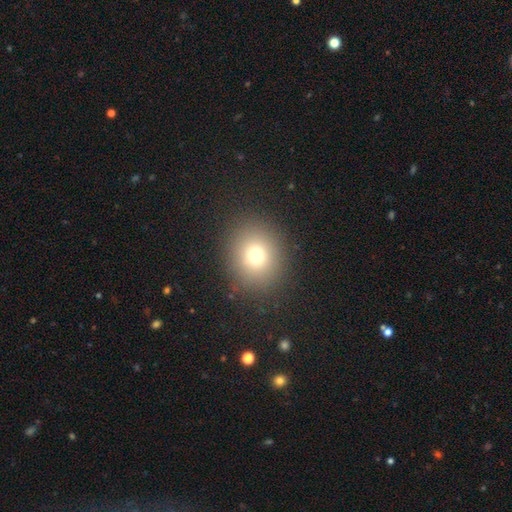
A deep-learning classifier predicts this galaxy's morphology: Q: Smooth or featured?
A: smooth (75%); runner-up: star or artifact (15%)
Q: How rounded?
A: round (72%); runner-up: in between (27%)
Q: Merging?
A: none (88%); runner-up: minor disturbance (7%)